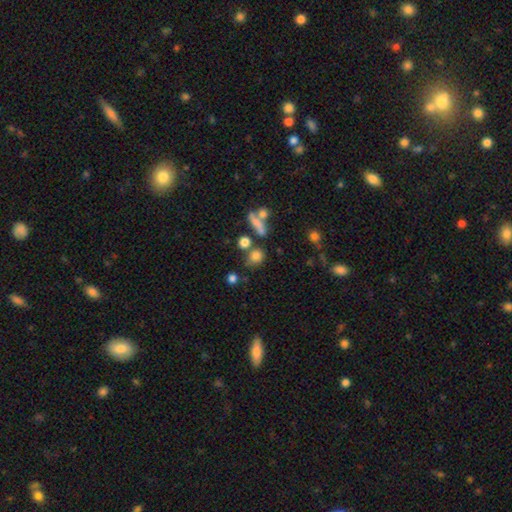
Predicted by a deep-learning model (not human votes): A smooth galaxy with no disk features (77%) that is round (63%). Merging: none (57%).